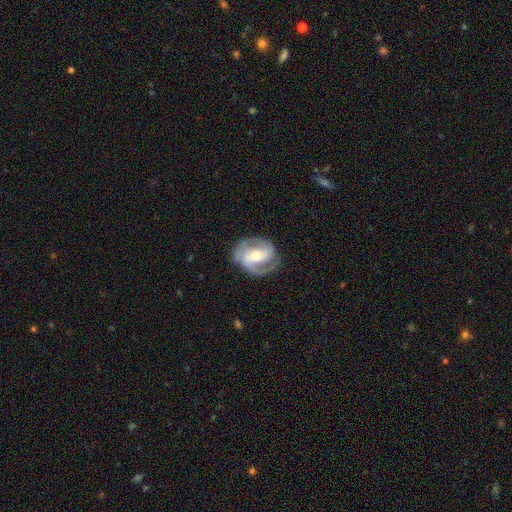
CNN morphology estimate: Smooth or featured? Predicted: featured or disk (p=0.86). Edge-on disk? Predicted: no (p=0.97). Bar? Predicted: weak (p=0.40). Spiral arms? Predicted: yes (p=0.96). Spiral winding? Predicted: medium (p=0.49). Spiral arm count? Predicted: 2 (p=0.80). Bulge size? Predicted: moderate (p=0.57). Merging? Predicted: none (p=0.78).